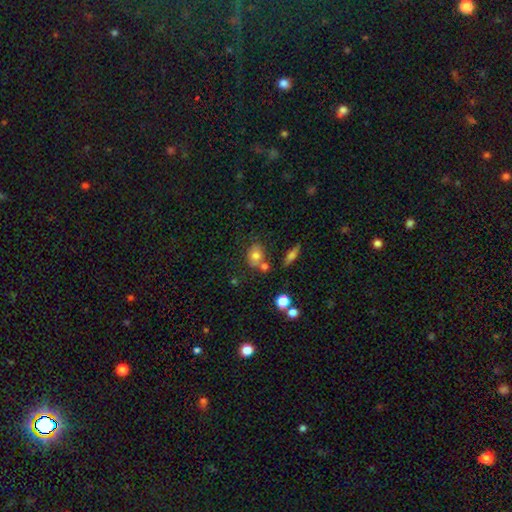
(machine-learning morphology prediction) smooth-or-featured: smooth: 72% | featured or disk: 17% | star or artifact: 11%
  how-rounded: in between: 57% | round: 41% | cigar-shaped: 2%
  merging: none: 56% | merger: 20% | minor disturbance: 18% | major disturbance: 6%